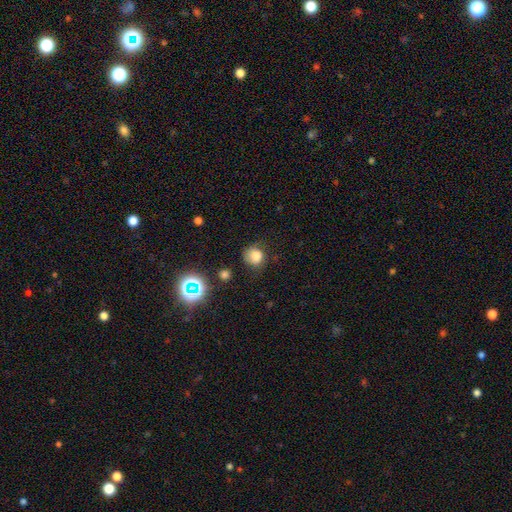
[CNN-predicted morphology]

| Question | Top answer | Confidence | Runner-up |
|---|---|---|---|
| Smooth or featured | smooth | 76% | star or artifact (14%) |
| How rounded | round | 79% | in between (20%) |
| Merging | none | 59% | minor disturbance (27%) |